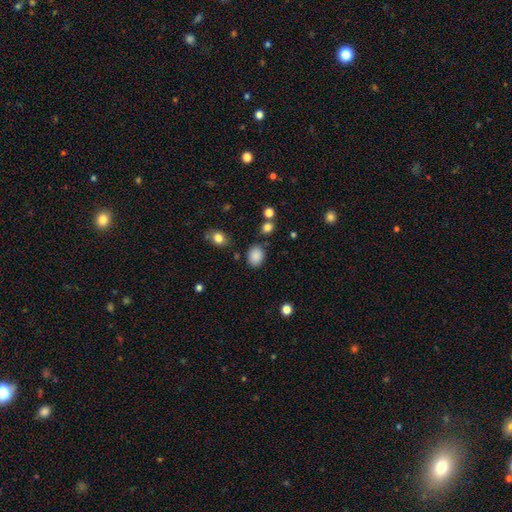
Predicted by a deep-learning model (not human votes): smooth_or_featured: smooth (p=0.86) [alt: star or artifact p=0.10]
how_rounded: in between (p=0.55) [alt: round p=0.44]
merging: none (p=0.81) [alt: minor disturbance p=0.12]